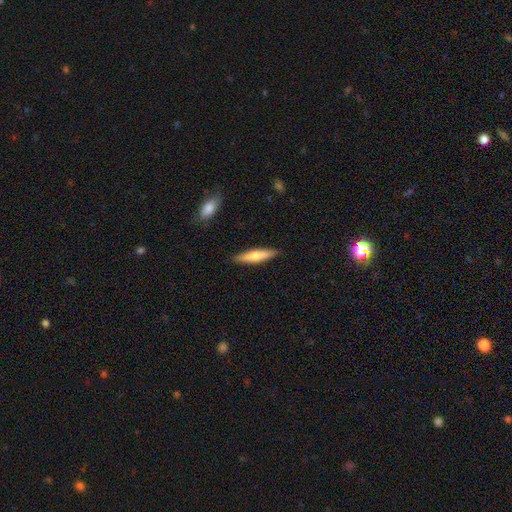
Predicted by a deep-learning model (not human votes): A smooth galaxy with no disk features (61%) that is cigar-shaped (81%).

Vote fractions:
- Smooth or featured? smooth: 61% / featured or disk: 34% / star or artifact: 6%
- How rounded? cigar-shaped: 81% / in between: 18% / round: 2%
- Merging? none: 88% / minor disturbance: 8% / major disturbance: 2% / merger: 2%